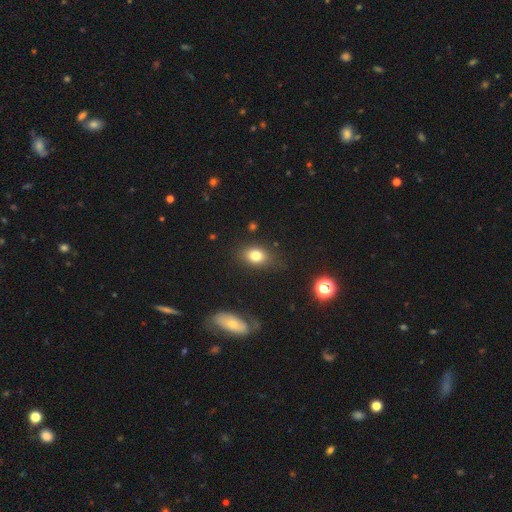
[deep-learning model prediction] smooth 80%, star or artifact 10%, featured or disk 10%. Down the decision tree: how rounded — in between (74%); merging — none (80%).